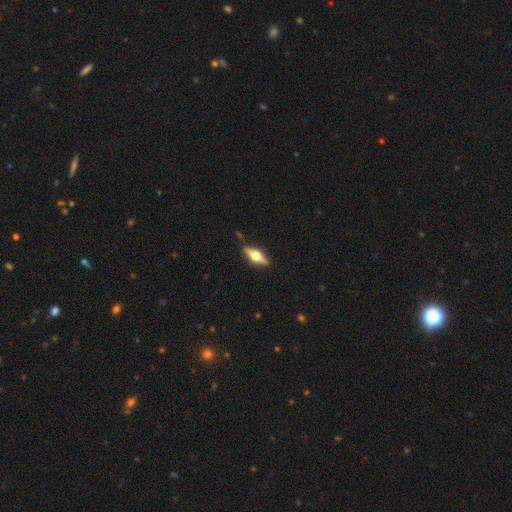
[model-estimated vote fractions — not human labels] Overall: featured or disk (63%; smooth 30%). Edge-on disk: yes (95%). Edge-on bulge: rounded (94%). Merging: none (85%).